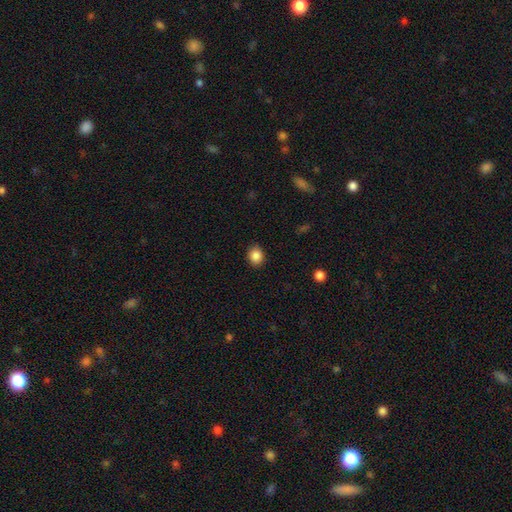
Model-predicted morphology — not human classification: smooth_or_featured: smooth (p=0.87) [alt: star or artifact p=0.09]
how_rounded: round (p=0.63) [alt: in between p=0.36]
merging: none (p=0.88) [alt: minor disturbance p=0.09]